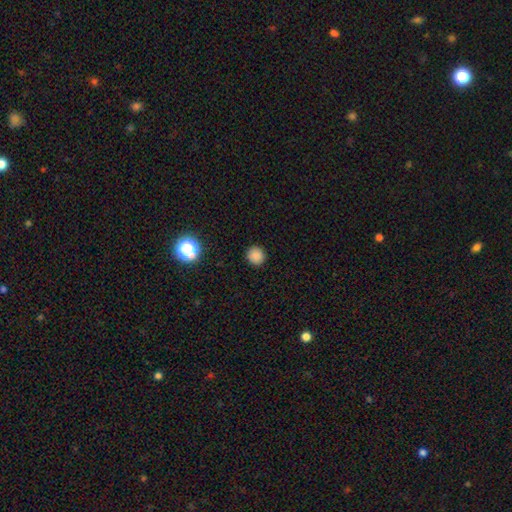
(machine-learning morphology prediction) Overall: smooth (84%). How rounded: round (94%). Merging: none (92%).